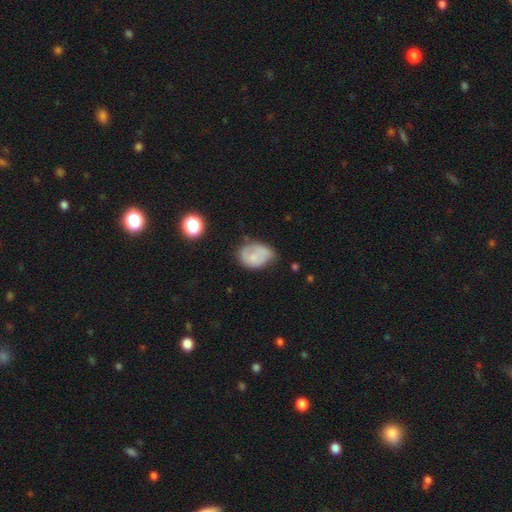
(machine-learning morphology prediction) smooth-or-featured: smooth: 64% | featured or disk: 27% | star or artifact: 10%
  how-rounded: in between: 74% | round: 24% | cigar-shaped: 1%
  merging: minor disturbance: 40% | none: 35% | major disturbance: 19% | merger: 6%